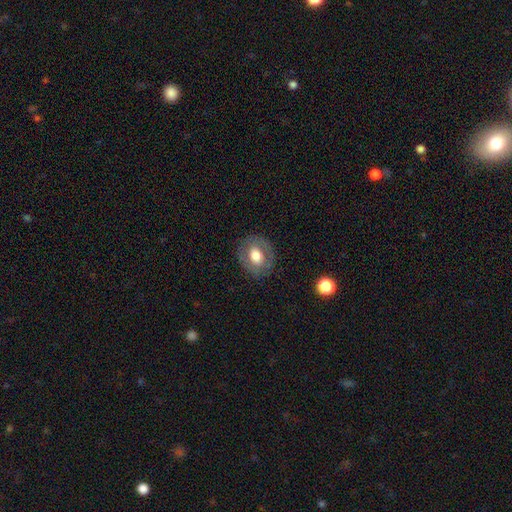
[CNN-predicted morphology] Smooth or featured: smooth — 59% (featured or disk — 33%)
How rounded: round — 51% (in between — 47%)
Merging: none — 82% (minor disturbance — 12%)